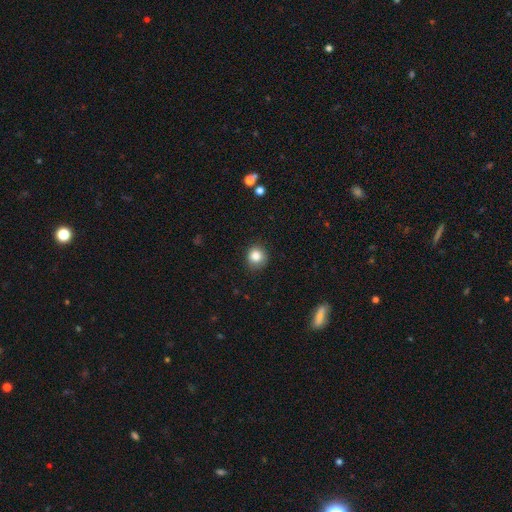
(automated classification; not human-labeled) Smooth or featured?
  - smooth: 83% *
  - star or artifact: 11%
  - featured or disk: 6%
How rounded?
  - round: 88% *
  - in between: 11%
  - cigar-shaped: 1%
Merging?
  - none: 85% *
  - minor disturbance: 12%
  - major disturbance: 2%
  - merger: 1%